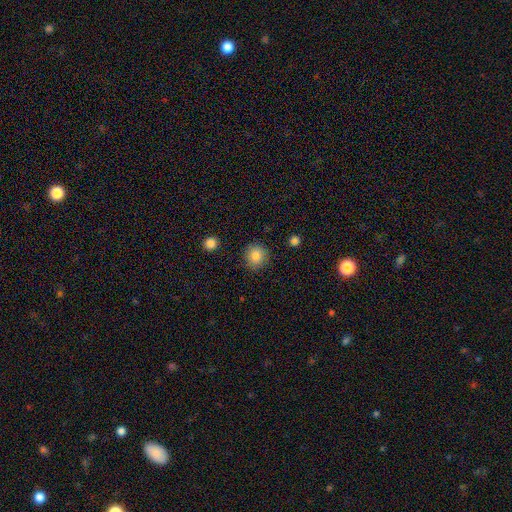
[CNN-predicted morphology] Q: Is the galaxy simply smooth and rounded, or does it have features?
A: smooth — 85%.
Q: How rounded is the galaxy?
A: round — 90%.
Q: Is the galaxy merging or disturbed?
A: none — 89%.